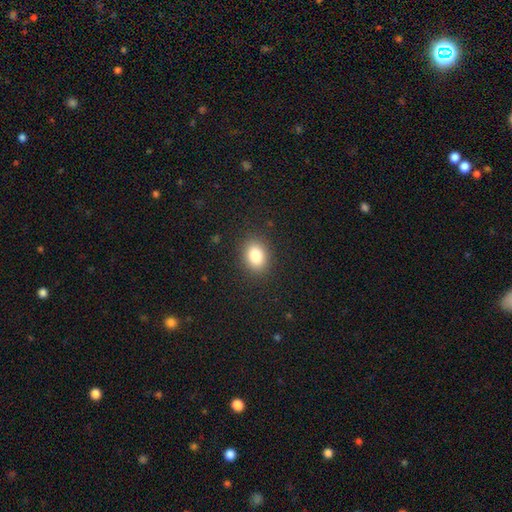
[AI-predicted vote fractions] Overall: smooth (84%). How rounded: in between (64%; round 35%). Merging: none (88%).